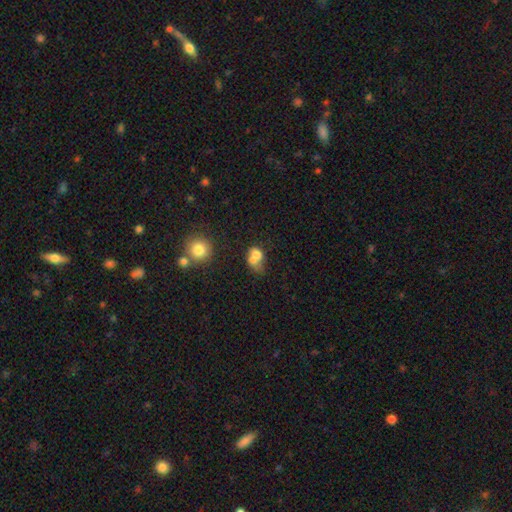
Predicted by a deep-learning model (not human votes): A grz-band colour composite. It shows a smooth galaxy with no disk features (68%) that is in between round and cigar-shaped (53%). Merging: merger (59%).